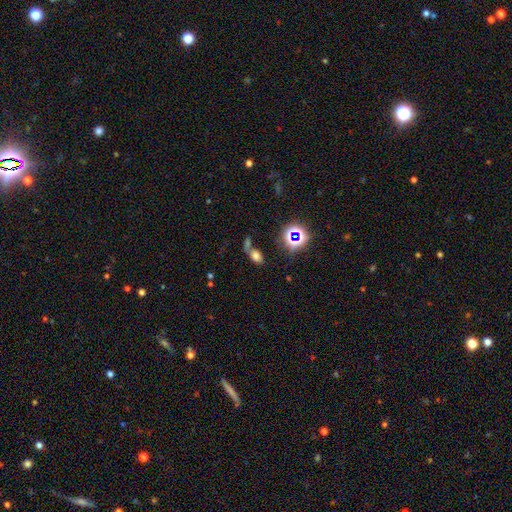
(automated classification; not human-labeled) Smooth or featured: smooth — 65% (star or artifact — 24%)
How rounded: in between — 83% (round — 14%)
Merging: none — 41% (merger — 38%)